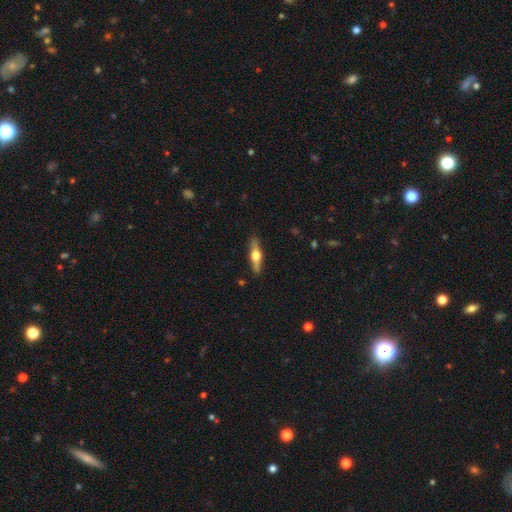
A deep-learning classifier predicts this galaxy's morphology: A featured or disk galaxy (63%) viewed edge-on (96%) with a rounded central bulge (95%). Merging: none (88%).